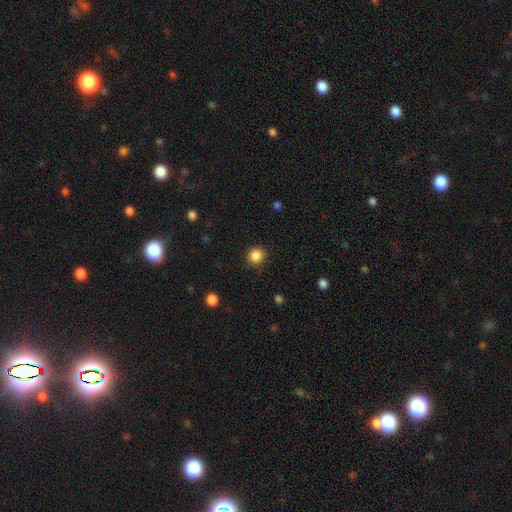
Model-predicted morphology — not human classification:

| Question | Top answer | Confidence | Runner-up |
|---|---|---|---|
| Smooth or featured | smooth | 86% | star or artifact (11%) |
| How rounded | round | 91% | in between (8%) |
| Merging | none | 90% | minor disturbance (7%) |